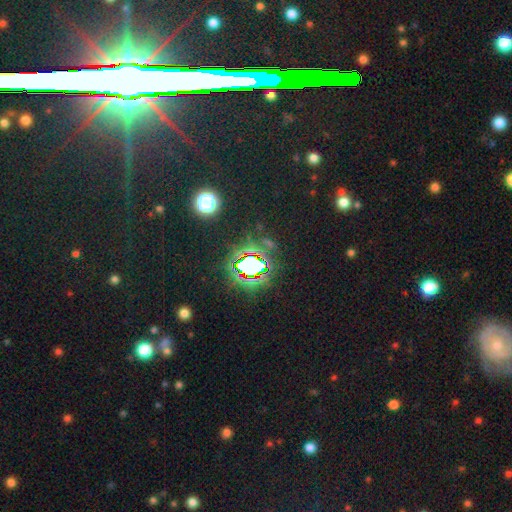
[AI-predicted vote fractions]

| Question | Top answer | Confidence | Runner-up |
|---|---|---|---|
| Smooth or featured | star or artifact | 81% | smooth (10%) |